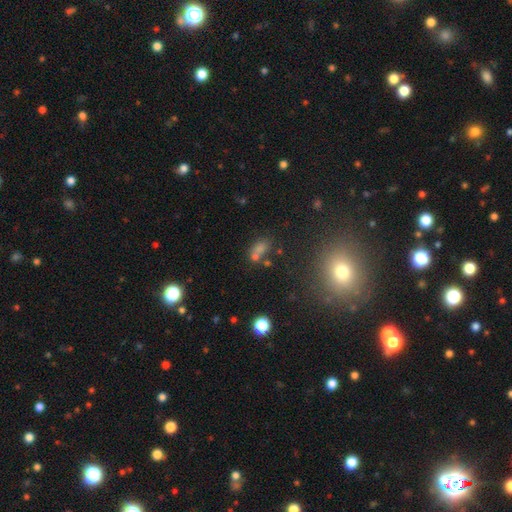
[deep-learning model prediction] smooth_or_featured: smooth (p=0.58) [alt: star or artifact p=0.30]
how_rounded: in between (p=0.60) [alt: round p=0.35]
merging: none (p=0.50) [alt: merger p=0.32]